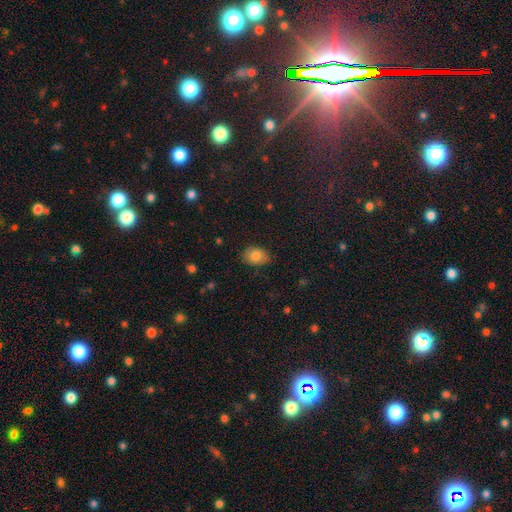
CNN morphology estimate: The model was most divided on "how rounded": in between: 75%, round: 23%, cigar-shaped: 1%. More confident: smooth or featured — smooth (82%); merging — none (79%).